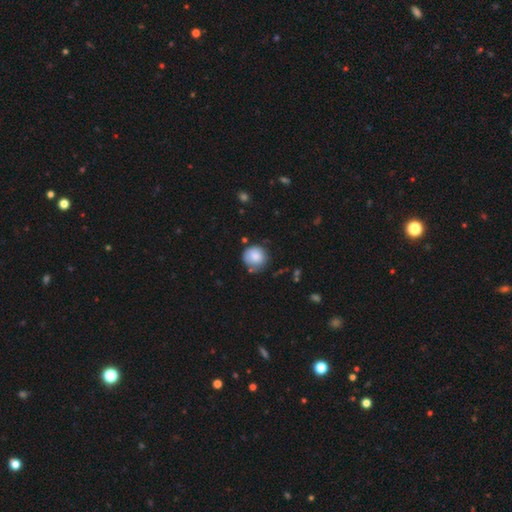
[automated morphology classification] Smooth or featured?
  - smooth: 84% *
  - featured or disk: 9%
  - star or artifact: 8%
How rounded?
  - round: 92% *
  - in between: 7%
  - cigar-shaped: 1%
Merging?
  - none: 69% *
  - minor disturbance: 22%
  - major disturbance: 5%
  - merger: 4%